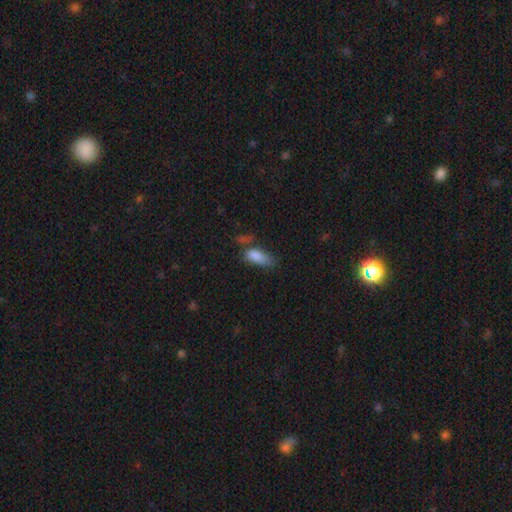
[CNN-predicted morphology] smooth 82%, star or artifact 9%, featured or disk 9%. Down the decision tree: how rounded — in between (78%); merging — none (42%).